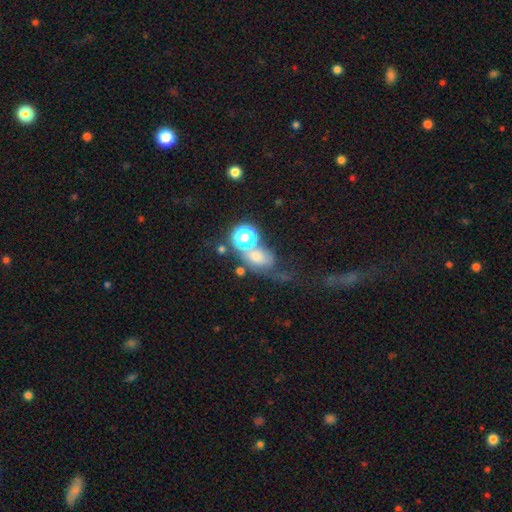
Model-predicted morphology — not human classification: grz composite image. It shows a smooth galaxy with no disk features (55%) that is round (56%). Merging: merger (41%).